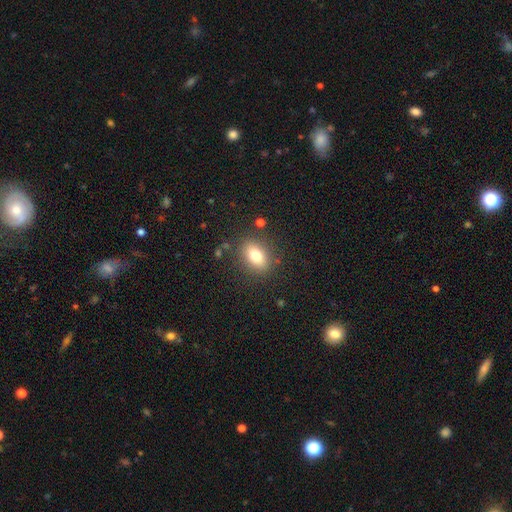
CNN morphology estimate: smooth 76%, featured or disk 14%, star or artifact 10%. Down the decision tree: how rounded — in between (70%); merging — none (84%).